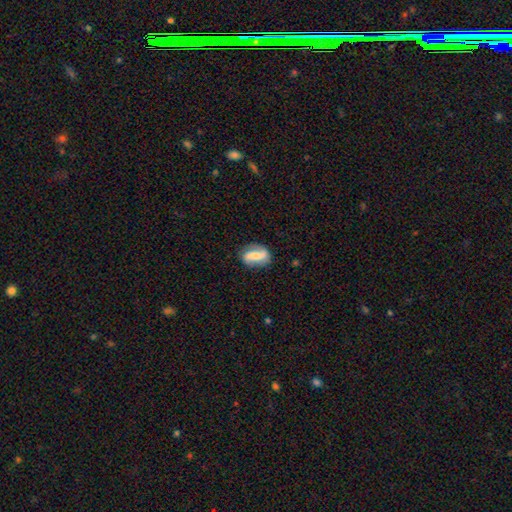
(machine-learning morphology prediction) type=featured or disk (61%); edge-on=no (95%); bar=strong (51%); spiral arms=yes (85%); bulge=small (38%); merging=none (76%).